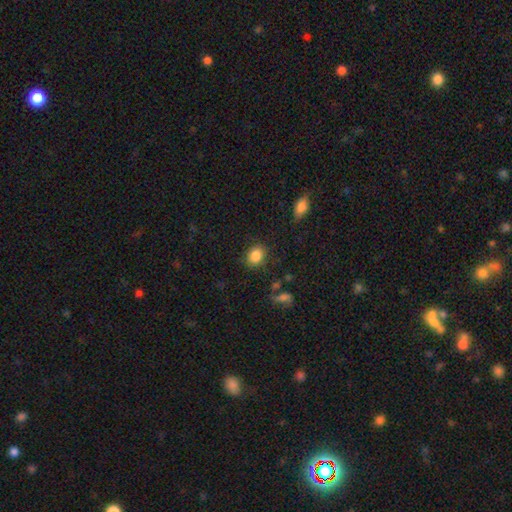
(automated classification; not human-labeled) smooth_or_featured: smooth (p=0.86) [alt: star or artifact p=0.10]
how_rounded: round (p=0.51) [alt: in between p=0.48]
merging: none (p=0.82) [alt: minor disturbance p=0.12]